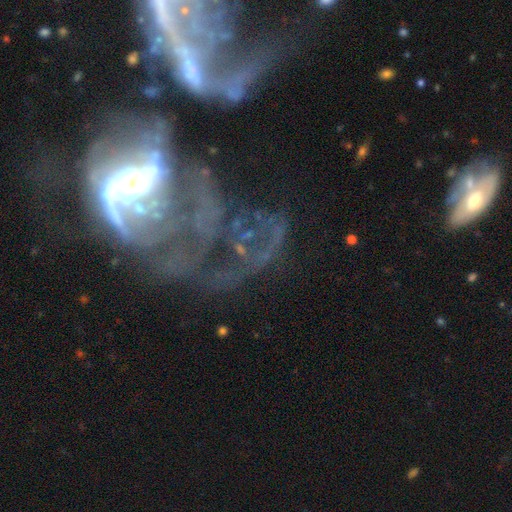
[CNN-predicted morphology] The model was most divided on "bulge size": moderate: 39%, small: 29%, none: 18%, large: 10%, dominant: 4%. Remaining: edge-on disk — no (93%); smooth or featured — featured or disk (70%); spiral arms — yes (60%); bar — no (50%); merging — major disturbance (39%).